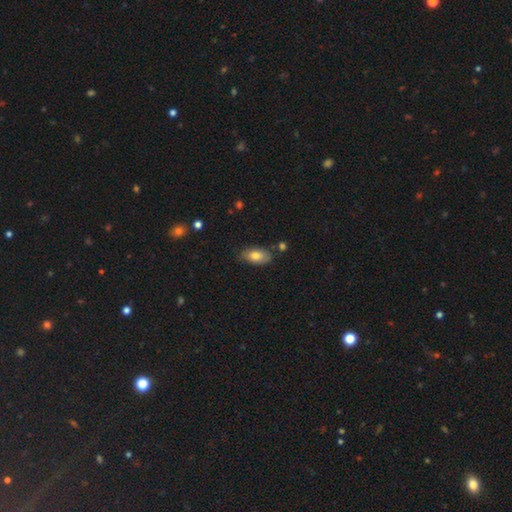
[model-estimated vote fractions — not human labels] Smooth or featured? Predicted: smooth (p=0.79). How rounded? Predicted: in between (p=0.92). Merging? Predicted: none (p=0.75).